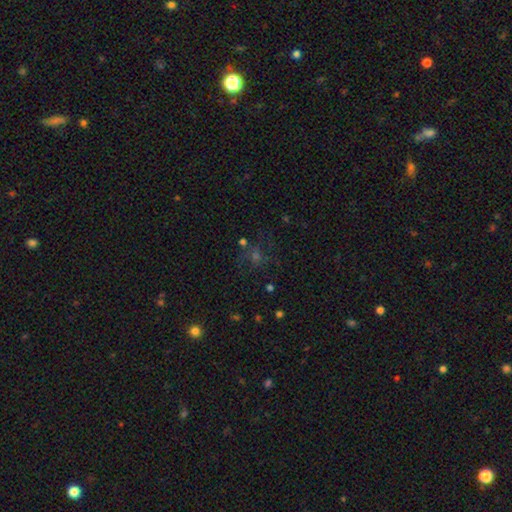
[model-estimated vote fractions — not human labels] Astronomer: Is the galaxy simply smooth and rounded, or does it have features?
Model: star or artifact — 46% (runner-up: smooth, 29%).